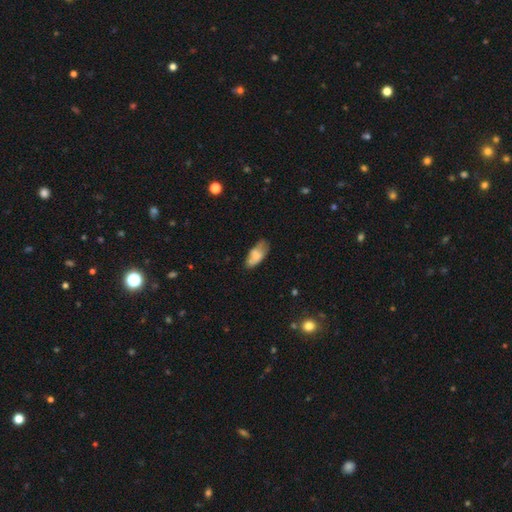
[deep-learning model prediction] Smooth or featured? smooth (71%)
How rounded? in between (86%)
Merging? none (55%)